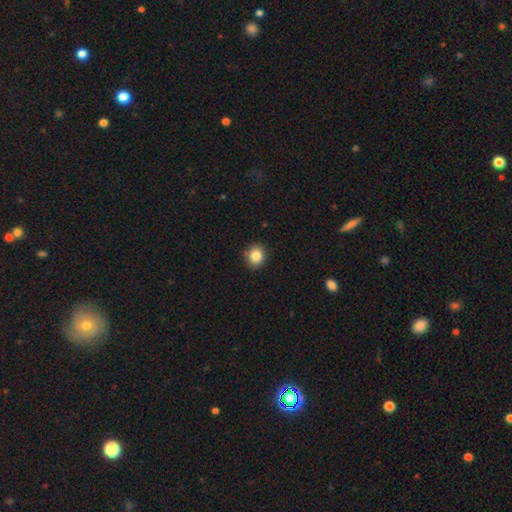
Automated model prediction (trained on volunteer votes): Overall: smooth (85%). How rounded: round (81%). Merging: none (88%).